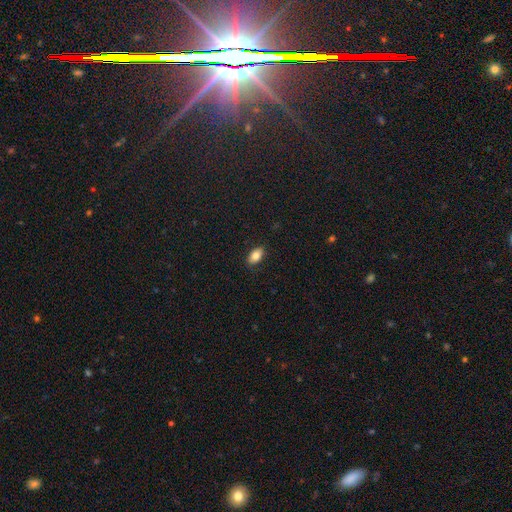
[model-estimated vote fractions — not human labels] Smooth or featured? Predicted: smooth (p=0.81). How rounded? Predicted: in between (p=0.91). Merging? Predicted: none (p=0.87).